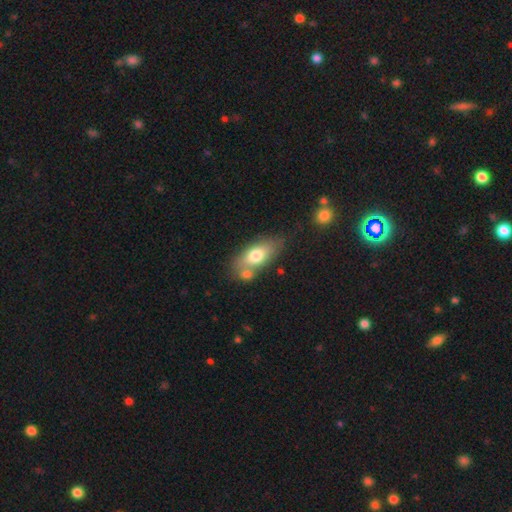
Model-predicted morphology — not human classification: type=smooth (71%); roundness=in between (83%); merging=none (53%).